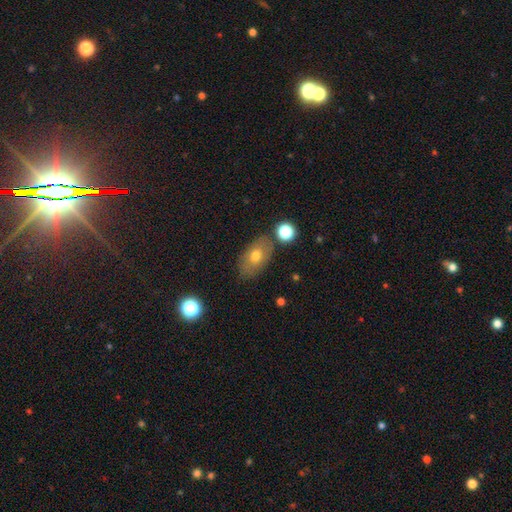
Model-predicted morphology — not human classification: Smooth or featured: smooth — 65% (featured or disk — 24%)
How rounded: in between — 86% (round — 11%)
Merging: none — 78% (minor disturbance — 13%)